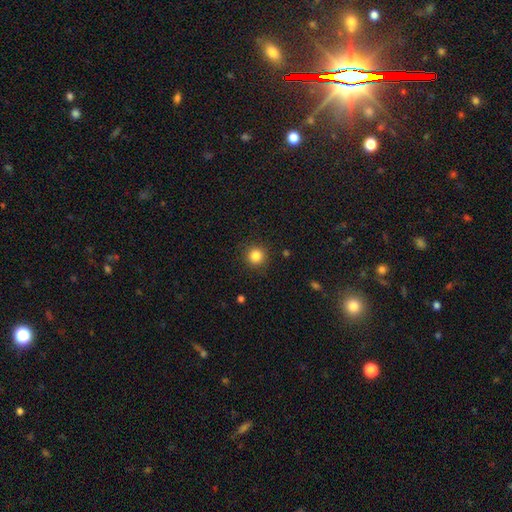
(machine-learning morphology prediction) Smooth or featured? Predicted: smooth (p=0.84). How rounded? Predicted: round (p=0.93). Merging? Predicted: none (p=0.90).